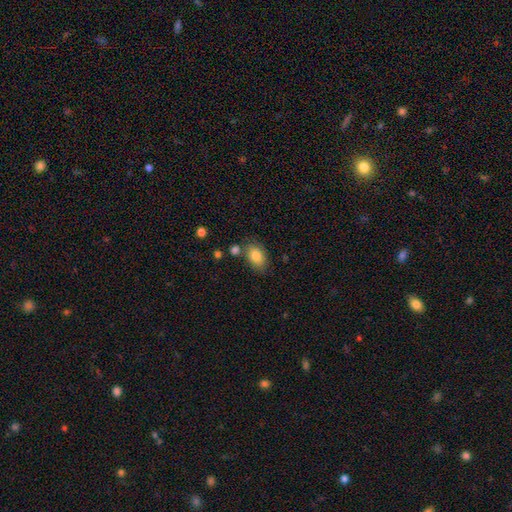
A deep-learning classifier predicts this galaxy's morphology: Smooth or featured?
  - smooth: 84% *
  - featured or disk: 8%
  - star or artifact: 8%
How rounded?
  - in between: 86% *
  - round: 12%
  - cigar-shaped: 1%
Merging?
  - none: 71% *
  - minor disturbance: 16%
  - merger: 8%
  - major disturbance: 4%